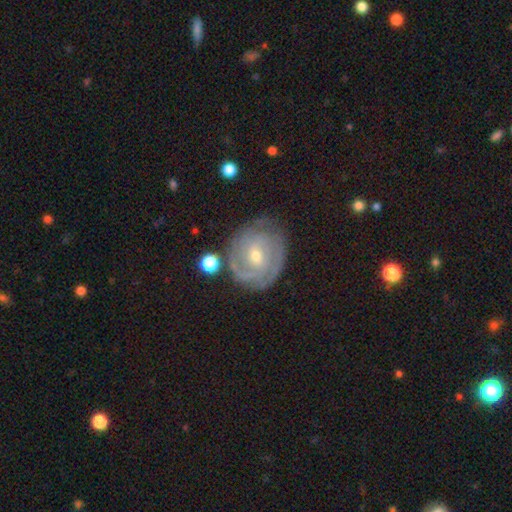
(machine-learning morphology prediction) Smooth or featured? featured or disk (83%)
Edge-on disk? no (97%)
Bar? no (48%)
Spiral arms? yes (94%)
Spiral winding? tight (73%)
Spiral arm count? 2 (36%)
Bulge size? small (61%)
Merging? none (75%)